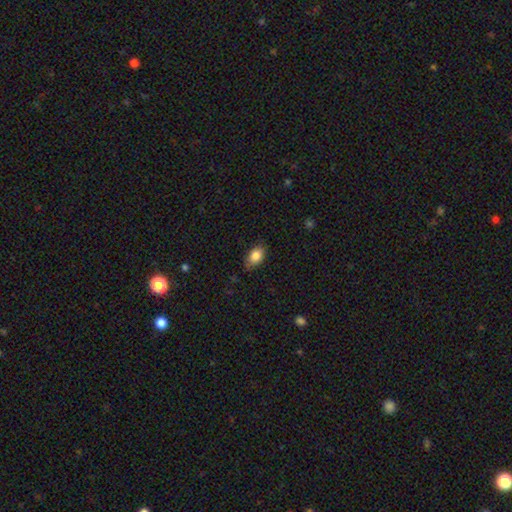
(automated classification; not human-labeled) Smooth or featured: smooth — 85% (star or artifact — 8%)
How rounded: in between — 84% (round — 14%)
Merging: none — 75% (minor disturbance — 20%)